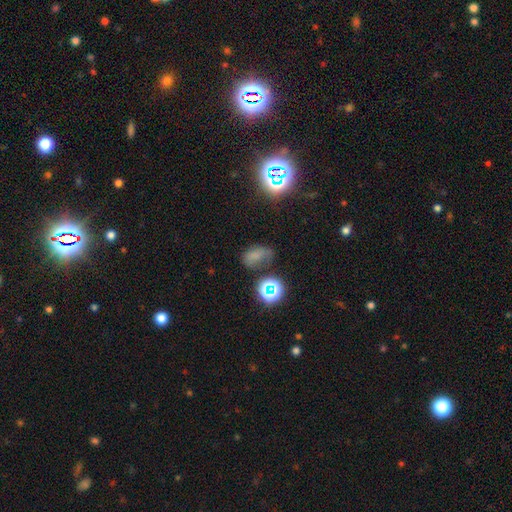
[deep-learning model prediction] smooth_or_featured: smooth (p=0.56) [alt: star or artifact p=0.29]
how_rounded: in between (p=0.81) [alt: round p=0.17]
merging: none (p=0.47) [alt: minor disturbance p=0.28]